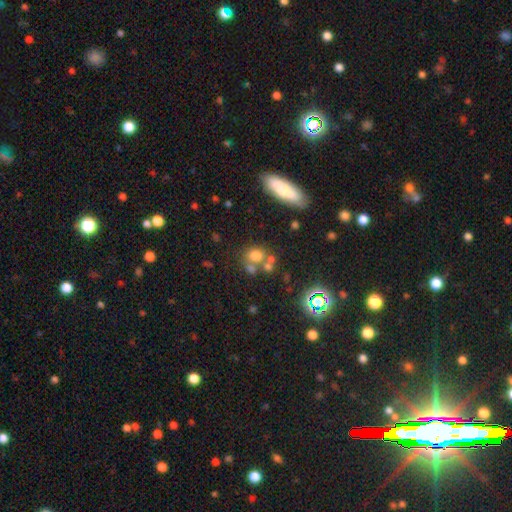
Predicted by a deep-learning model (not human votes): Morphology: type=smooth (67%); roundness=round (70%); merging=none (52%).